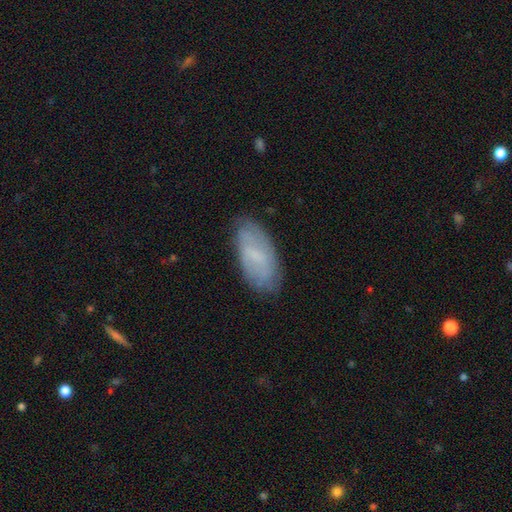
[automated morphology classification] A smooth galaxy with no disk features (55%) that is in between round and cigar-shaped (89%).

Vote fractions:
- Smooth or featured? smooth: 55% / featured or disk: 37% / star or artifact: 7%
- How rounded? in between: 89% / cigar-shaped: 9% / round: 2%
- Merging? none: 74% / minor disturbance: 20% / major disturbance: 5% / merger: 1%